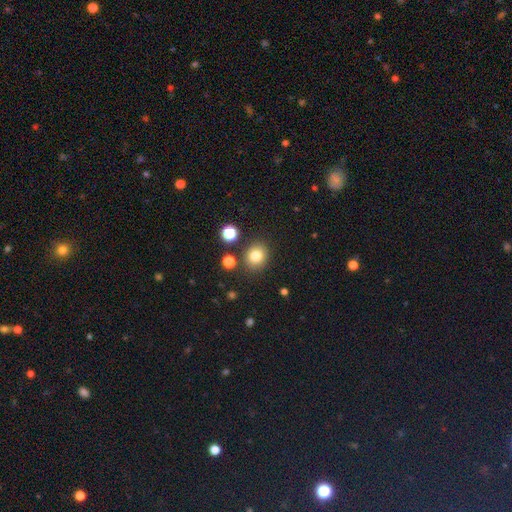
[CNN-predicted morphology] This appears to be a smooth galaxy with no disk features (79%) that is round (71%). Merging: none (84%).